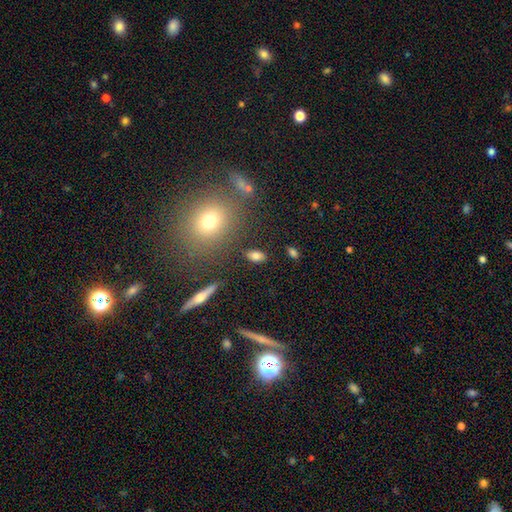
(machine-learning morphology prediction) Smooth or featured? Predicted: smooth (p=0.79). How rounded? Predicted: in between (p=0.87). Merging? Predicted: none (p=0.84).